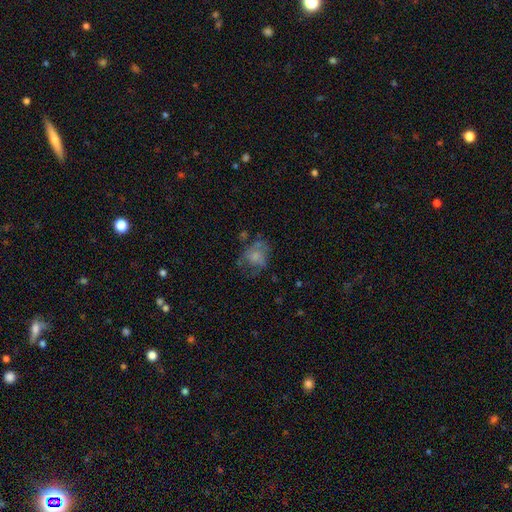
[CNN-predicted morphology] smooth_or_featured: smooth (p=0.54) [alt: featured or disk p=0.36]
how_rounded: round (p=0.56) [alt: in between p=0.43]
merging: none (p=0.42) [alt: major disturbance p=0.30]